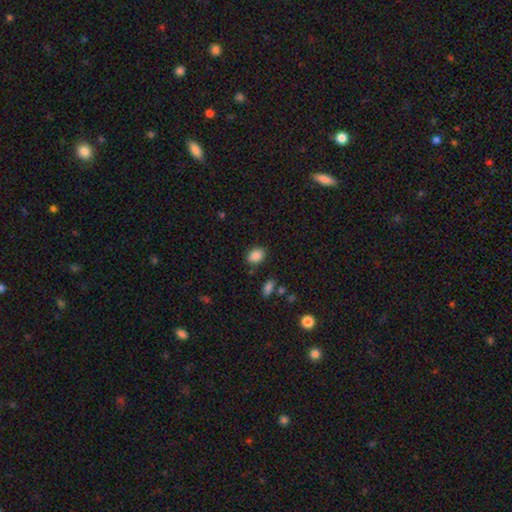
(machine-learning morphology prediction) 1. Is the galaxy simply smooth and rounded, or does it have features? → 86% smooth, 9% star or artifact, 5% featured or disk.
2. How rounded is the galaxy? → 68% in between, 31% round, 1% cigar-shaped.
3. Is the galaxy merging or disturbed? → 84% none, 10% minor disturbance, 3% merger, 3% major disturbance.